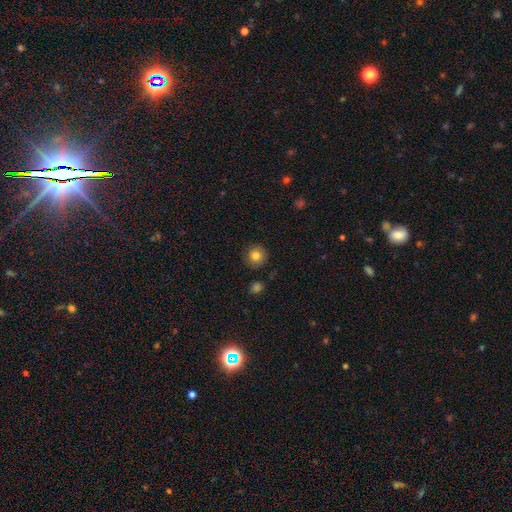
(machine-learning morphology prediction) smooth_or_featured: smooth (p=0.82) [alt: star or artifact p=0.10]
how_rounded: round (p=0.93) [alt: in between p=0.06]
merging: none (p=0.88) [alt: minor disturbance p=0.08]